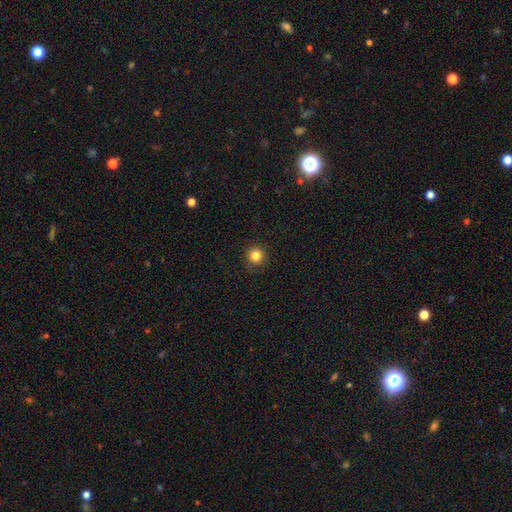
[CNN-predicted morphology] Smooth or featured: smooth — 84% (star or artifact — 12%)
How rounded: round — 95% (in between — 4%)
Merging: none — 91% (minor disturbance — 6%)